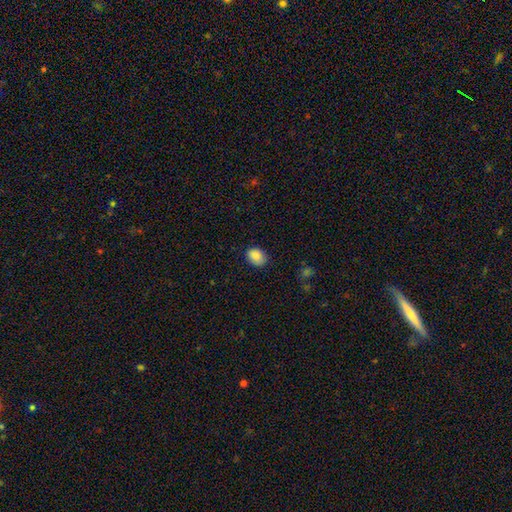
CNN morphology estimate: smooth_or_featured: smooth (p=0.88) [alt: star or artifact p=0.08]
how_rounded: in between (p=0.63) [alt: round p=0.36]
merging: none (p=0.80) [alt: minor disturbance p=0.16]